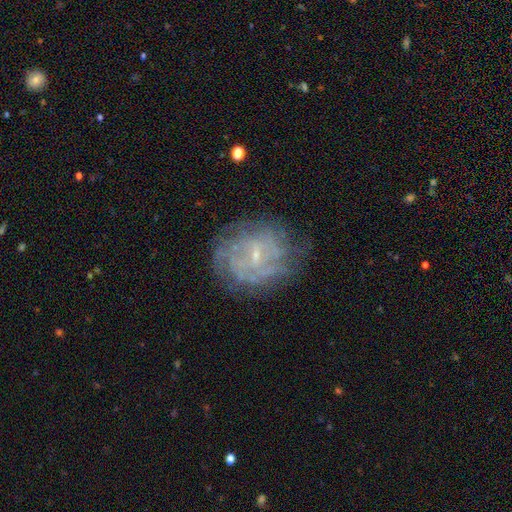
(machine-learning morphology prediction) smooth_or_featured: featured or disk (p=0.75) [alt: smooth p=0.15]
disk_edge_on: no (p=0.97) [alt: yes p=0.03]
bar: weak (p=0.46) [alt: no p=0.45]
has_spiral_arms: yes (p=0.80) [alt: no p=0.20]
spiral_winding: tight (p=0.61) [alt: medium p=0.28]
spiral_arm_count: can't tell (p=0.55) [alt: 4 p=0.12]
bulge_size: small (p=0.80) [alt: moderate p=0.12]
merging: none (p=0.71) [alt: minor disturbance p=0.18]